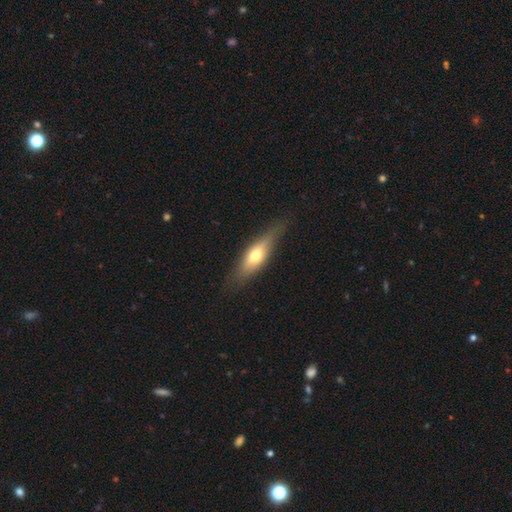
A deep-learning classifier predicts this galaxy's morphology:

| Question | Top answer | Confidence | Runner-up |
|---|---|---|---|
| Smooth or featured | featured or disk | 49% | smooth (44%) |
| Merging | none | 80% | minor disturbance (15%) |